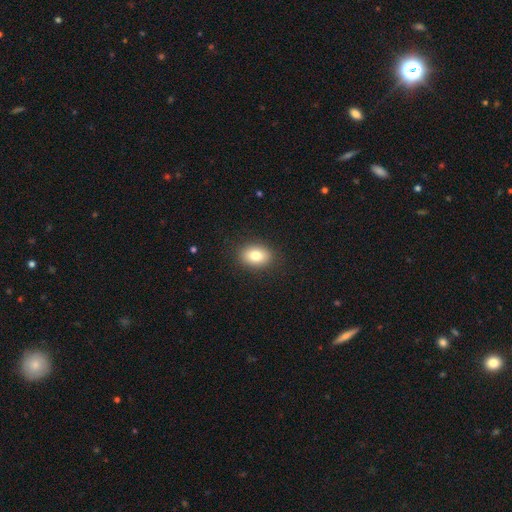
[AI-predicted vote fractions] Overall: smooth (81%). How rounded: in between (76%). Merging: none (88%).